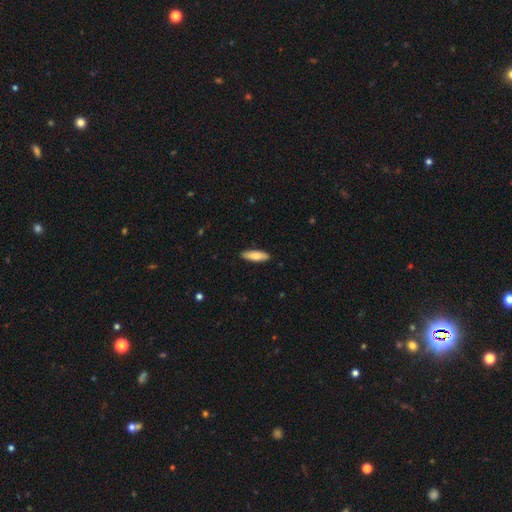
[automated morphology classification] Smooth or featured?
  - smooth: 79% *
  - featured or disk: 16%
  - star or artifact: 5%
How rounded?
  - cigar-shaped: 54% *
  - in between: 44%
  - round: 2%
Merging?
  - none: 90% *
  - minor disturbance: 8%
  - major disturbance: 2%
  - merger: 1%